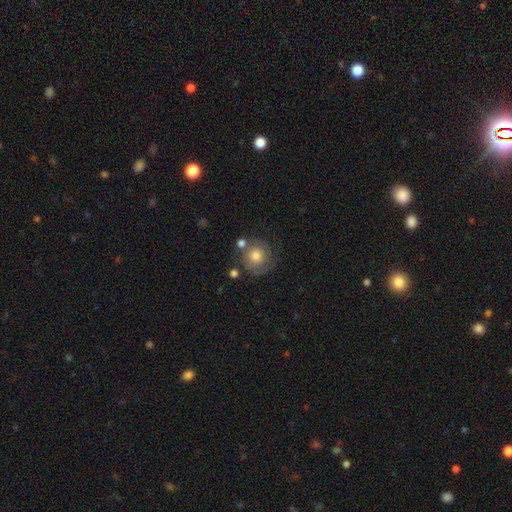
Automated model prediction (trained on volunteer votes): A smooth galaxy with no disk features (68%) that is round (92%). Merging: none (66%).